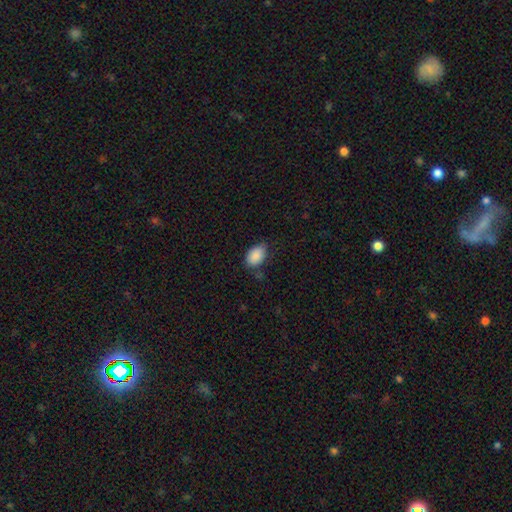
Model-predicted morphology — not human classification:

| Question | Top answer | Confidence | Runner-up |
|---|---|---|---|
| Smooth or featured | smooth | 89% | star or artifact (7%) |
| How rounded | in between | 90% | round (9%) |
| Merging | none | 67% | minor disturbance (25%) |